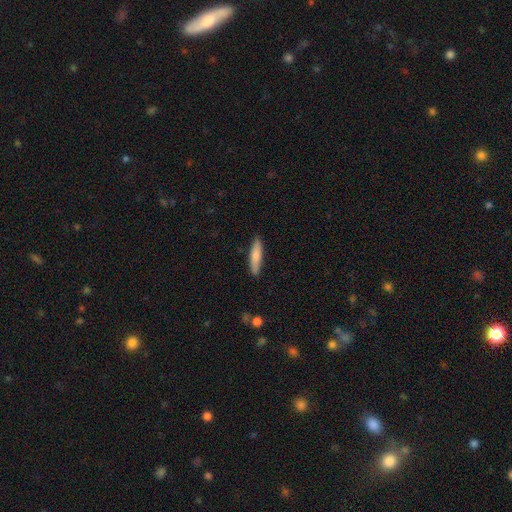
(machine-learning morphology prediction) Smooth or featured? Predicted: smooth (p=0.78). How rounded? Predicted: cigar-shaped (p=0.81). Merging? Predicted: none (p=0.87).